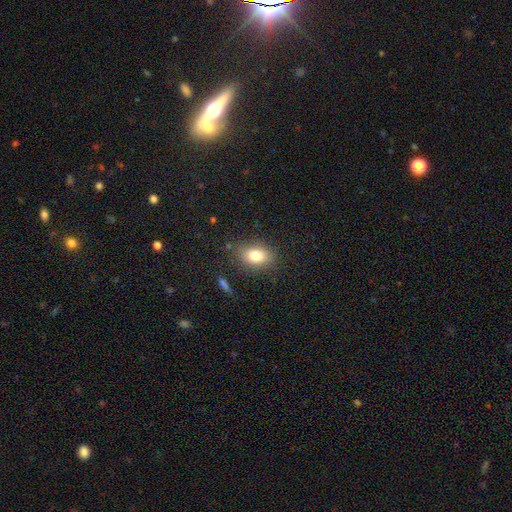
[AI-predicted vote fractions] This appears to be a smooth galaxy with no disk features (80%) that is in between round and cigar-shaped (78%). Merging: none (81%).